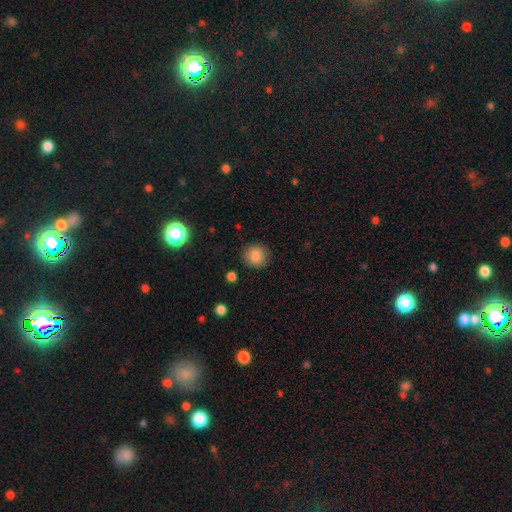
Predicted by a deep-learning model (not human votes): Smooth or featured?
  - smooth: 85% *
  - star or artifact: 10%
  - featured or disk: 5%
How rounded?
  - round: 86% *
  - in between: 13%
  - cigar-shaped: 1%
Merging?
  - none: 87% *
  - minor disturbance: 9%
  - major disturbance: 3%
  - merger: 1%